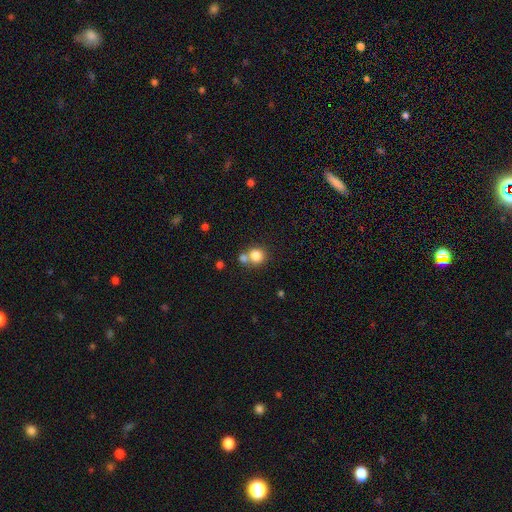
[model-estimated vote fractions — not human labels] Smooth or featured? smooth (82%)
How rounded? round (86%)
Merging? none (52%)